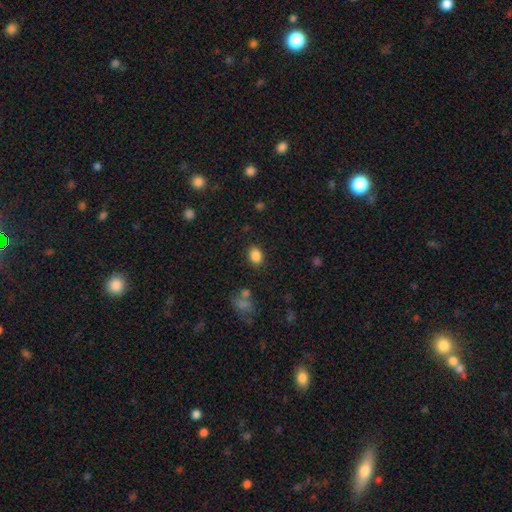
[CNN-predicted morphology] This appears to be a smooth galaxy with no disk features (86%) that is in between round and cigar-shaped (64%). Merging: none (84%).